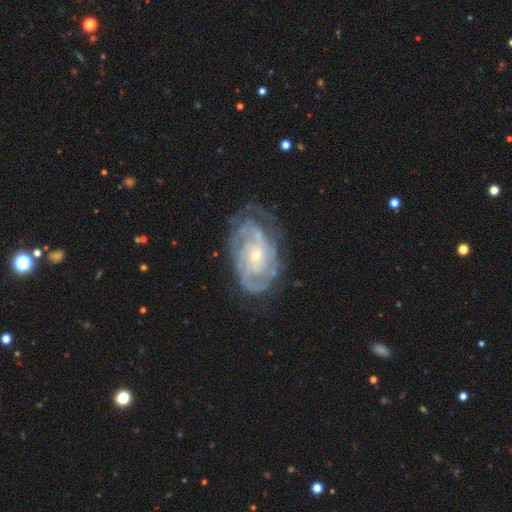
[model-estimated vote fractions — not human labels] Overall: featured or disk (86%). Edge-on disk: no (96%). Bar: no (71%). Spiral arms: yes (94%). Spiral arm count: can't tell (36%; 2 24%). Spiral winding: tight (67%). Bulge size: small (69%). Merging: none (64%).